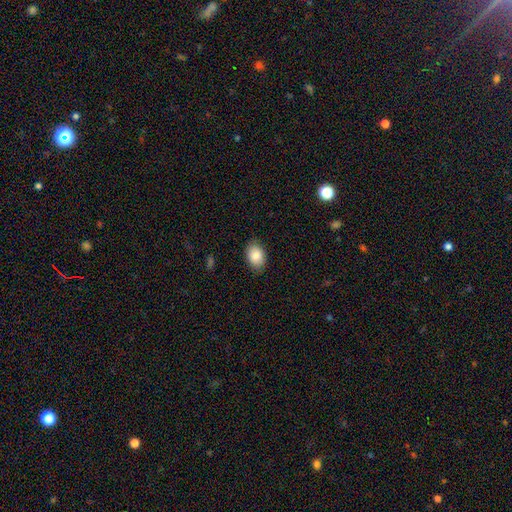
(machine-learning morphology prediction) Smooth or featured: smooth — 85% (featured or disk — 7%)
How rounded: in between — 80% (round — 19%)
Merging: none — 85% (minor disturbance — 11%)